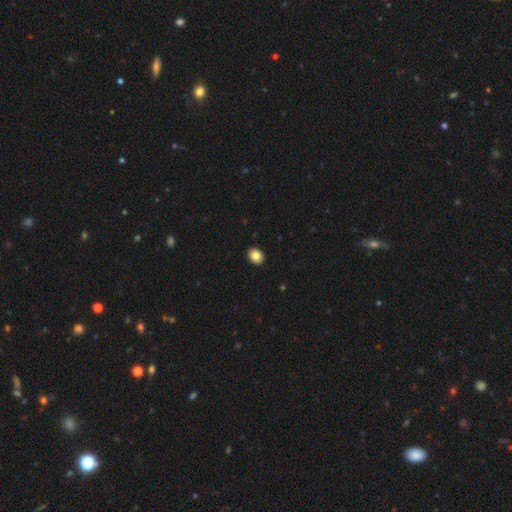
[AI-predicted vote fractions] smooth-or-featured: smooth: 85% | star or artifact: 9% | featured or disk: 7%
  how-rounded: in between: 61% | round: 38% | cigar-shaped: 1%
  merging: none: 92% | minor disturbance: 6% | major disturbance: 1% | merger: 1%